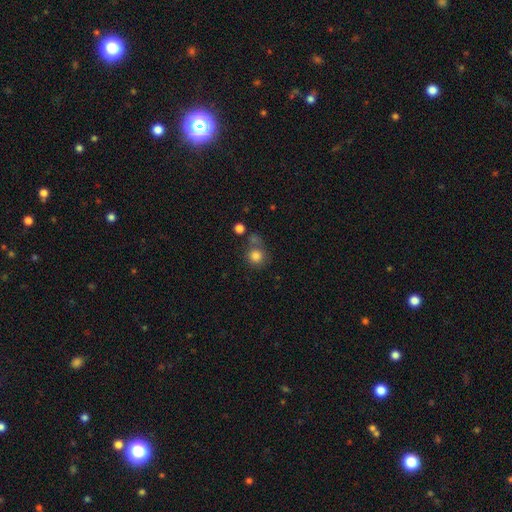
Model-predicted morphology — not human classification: The model was most divided on "merging": none: 57%, merger: 22%, minor disturbance: 13%, major disturbance: 7%. More confident: how rounded — round (89%); smooth or featured — smooth (82%).